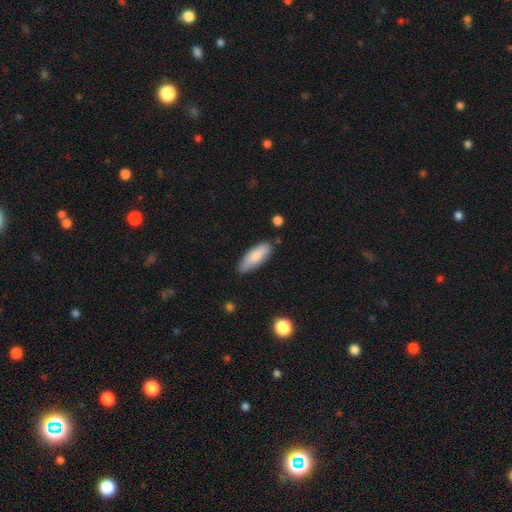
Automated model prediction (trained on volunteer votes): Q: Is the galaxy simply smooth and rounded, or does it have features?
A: smooth — 82%.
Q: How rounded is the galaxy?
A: in between — 68%.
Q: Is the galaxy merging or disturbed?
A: none — 80%.